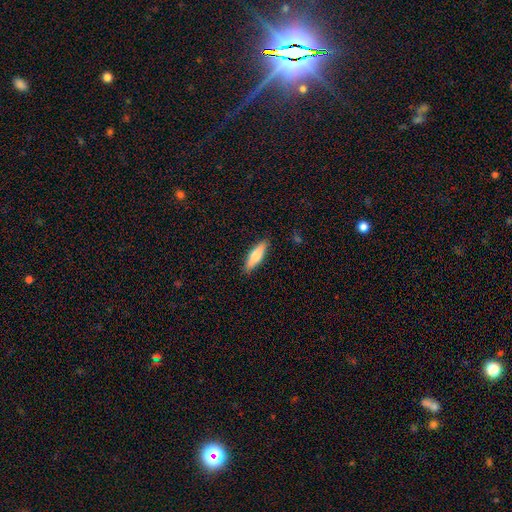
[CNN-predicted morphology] Q: Smooth or featured?
A: smooth (69%); runner-up: featured or disk (25%)
Q: How rounded?
A: cigar-shaped (63%); runner-up: in between (35%)
Q: Merging?
A: none (89%); runner-up: minor disturbance (9%)